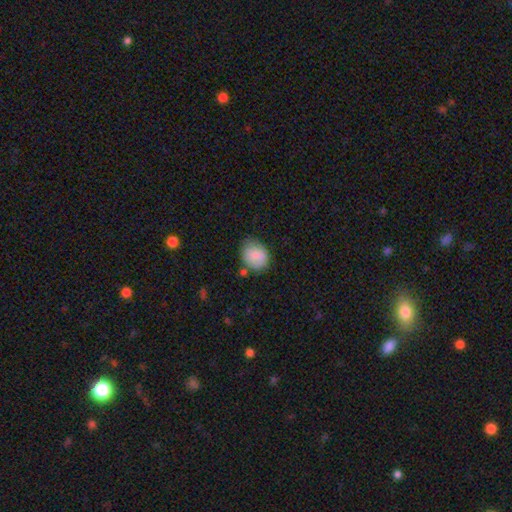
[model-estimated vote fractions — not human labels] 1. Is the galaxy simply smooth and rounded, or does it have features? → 84% smooth, 8% featured or disk, 8% star or artifact.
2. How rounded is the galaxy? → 61% round, 38% in between, 1% cigar-shaped.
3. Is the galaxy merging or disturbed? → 65% none, 25% minor disturbance, 5% major disturbance, 5% merger.